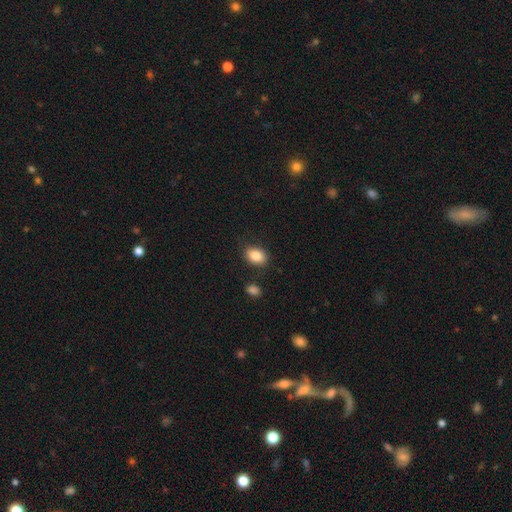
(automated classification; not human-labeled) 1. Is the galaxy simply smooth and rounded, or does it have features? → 86% smooth, 8% star or artifact, 6% featured or disk.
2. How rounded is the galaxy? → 77% in between, 22% round, 1% cigar-shaped.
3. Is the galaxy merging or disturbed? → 81% none, 12% minor disturbance, 4% merger, 3% major disturbance.